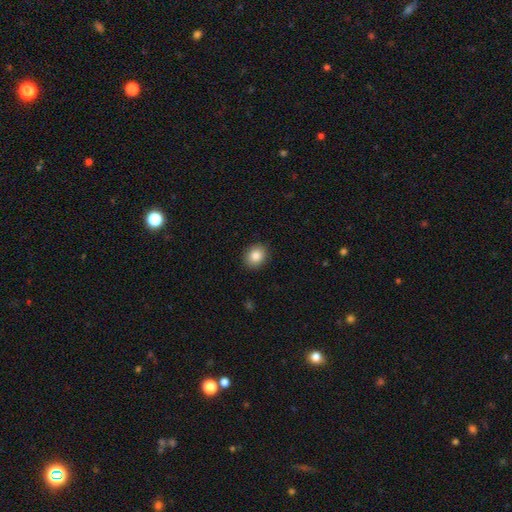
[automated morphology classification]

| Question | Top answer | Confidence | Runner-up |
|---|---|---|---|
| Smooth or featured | smooth | 85% | star or artifact (9%) |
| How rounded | round | 63% | in between (36%) |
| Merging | none | 90% | minor disturbance (7%) |